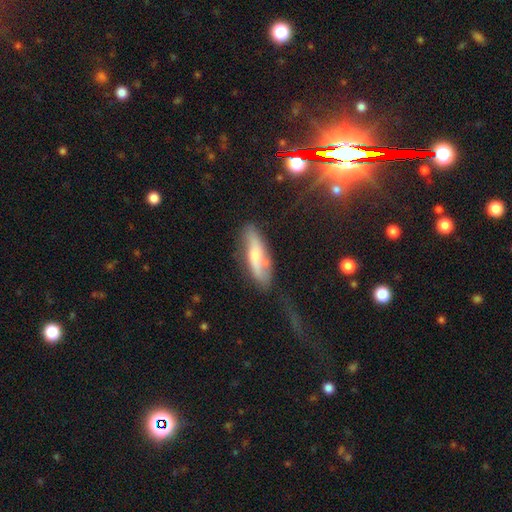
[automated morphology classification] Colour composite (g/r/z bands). It shows a featured or disk galaxy (54%). Merging: none (58%).